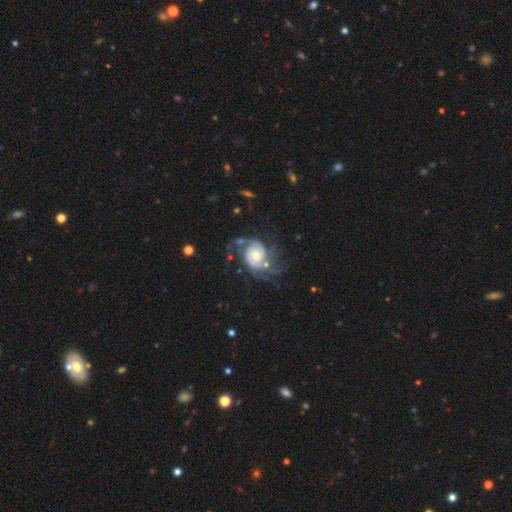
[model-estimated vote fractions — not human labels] Smooth or featured?
  - featured or disk: 84% *
  - smooth: 10%
  - star or artifact: 6%
Edge-on disk?
  - no: 98% *
  - yes: 2%
Bar?
  - no: 74% *
  - weak: 22%
  - strong: 5%
Spiral arms?
  - yes: 95% *
  - no: 5%
Spiral winding?
  - medium: 40% *
  - tight: 37%
  - loose: 23%
Spiral arm count?
  - 2: 41% *
  - 3: 21%
  - can't tell: 20%
  - 4: 7%
  - 1: 6%
  - more than 4: 5%
Bulge size?
  - moderate: 56% *
  - small: 30%
  - large: 11%
  - none: 2%
  - dominant: 2%
Merging?
  - none: 50% *
  - major disturbance: 25%
  - minor disturbance: 19%
  - merger: 6%